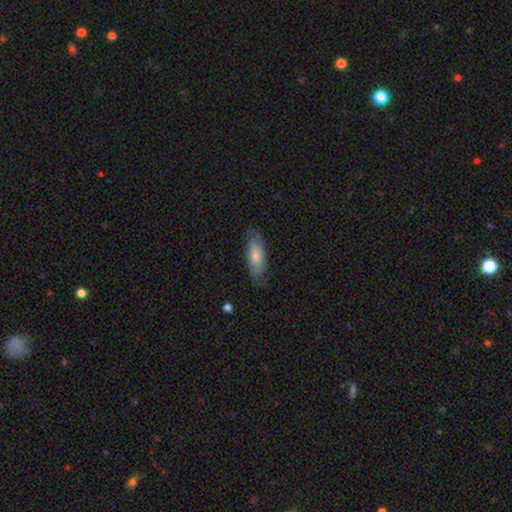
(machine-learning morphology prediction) This is likely a smooth galaxy (76%). How rounded: likely in between (73%). Merging: likely none (74%).